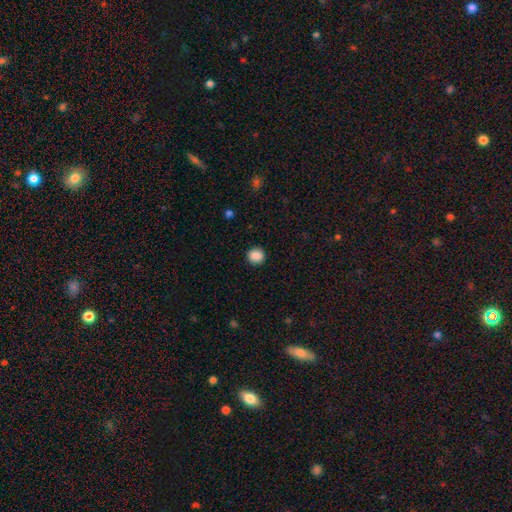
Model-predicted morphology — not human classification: Smooth or featured? Predicted: smooth (p=0.88). How rounded? Predicted: round (p=0.92). Merging? Predicted: none (p=0.91).